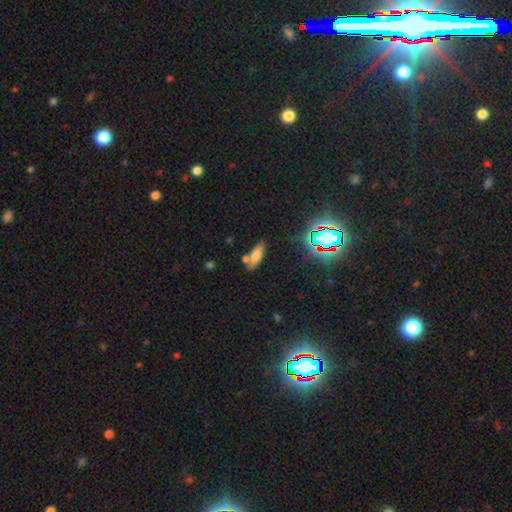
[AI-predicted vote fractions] Morphology: type=smooth (71%); roundness=in between (66%); merging=none (62%).